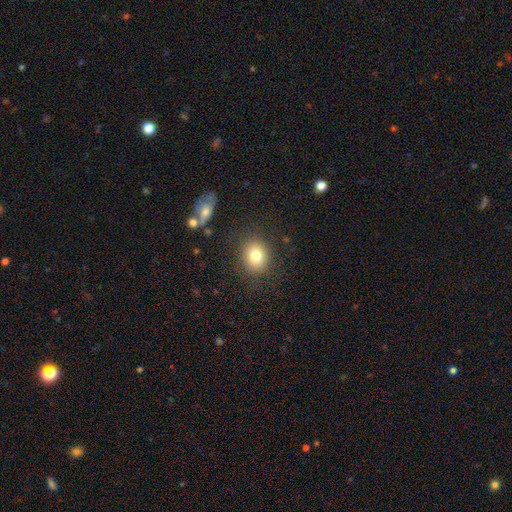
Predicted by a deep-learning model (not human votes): Overall: smooth (79%). How rounded: round (59%; in between 40%). Merging: none (83%).